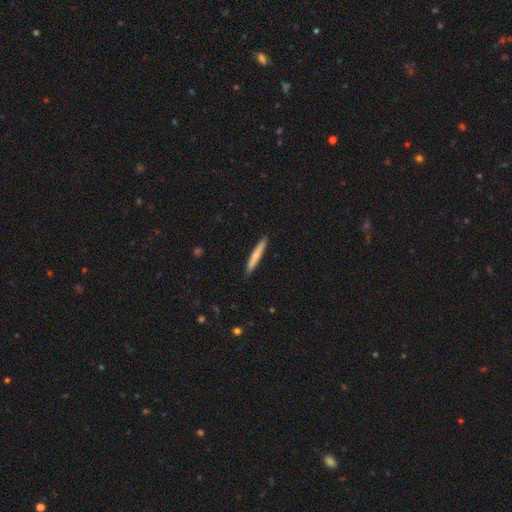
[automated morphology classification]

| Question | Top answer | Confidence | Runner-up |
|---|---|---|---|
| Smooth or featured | smooth | 68% | featured or disk (27%) |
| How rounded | cigar-shaped | 95% | in between (3%) |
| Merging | none | 91% | minor disturbance (7%) |